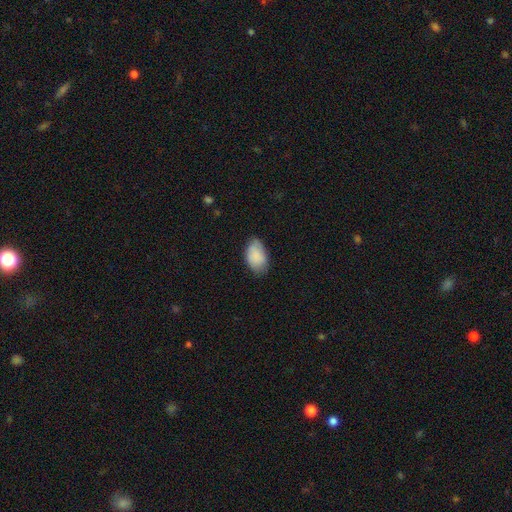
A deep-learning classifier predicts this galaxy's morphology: Smooth or featured?
  - smooth: 85% *
  - featured or disk: 9%
  - star or artifact: 7%
How rounded?
  - in between: 92% *
  - round: 7%
  - cigar-shaped: 1%
Merging?
  - none: 66% *
  - minor disturbance: 27%
  - major disturbance: 5%
  - merger: 1%